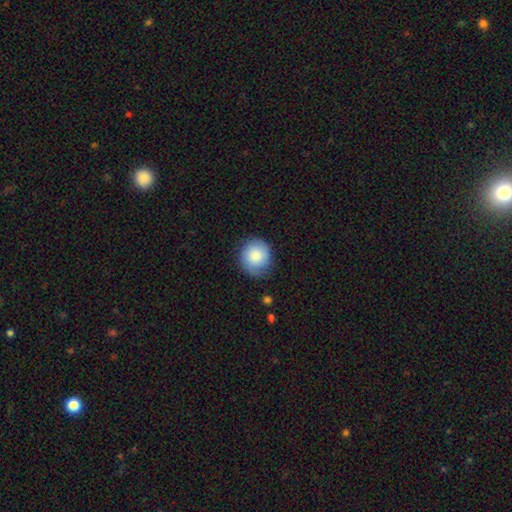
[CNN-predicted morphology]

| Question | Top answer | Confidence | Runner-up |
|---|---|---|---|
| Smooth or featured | smooth | 79% | featured or disk (14%) |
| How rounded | round | 86% | in between (14%) |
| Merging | none | 73% | minor disturbance (20%) |